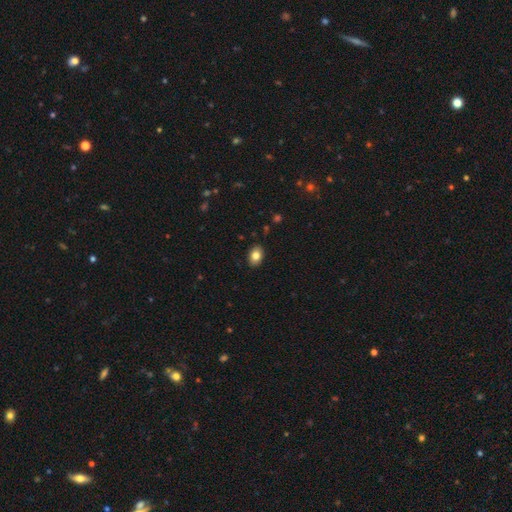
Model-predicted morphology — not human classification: Smooth or featured: smooth — 82% (featured or disk — 9%)
How rounded: in between — 78% (round — 21%)
Merging: none — 89% (minor disturbance — 9%)